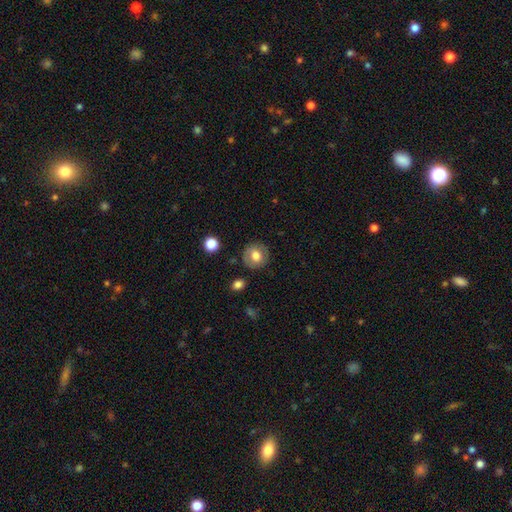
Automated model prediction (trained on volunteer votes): smooth-or-featured: smooth: 72% | featured or disk: 19% | star or artifact: 9%
  how-rounded: round: 87% | in between: 12% | cigar-shaped: 1%
  merging: none: 85% | minor disturbance: 10% | major disturbance: 3% | merger: 2%